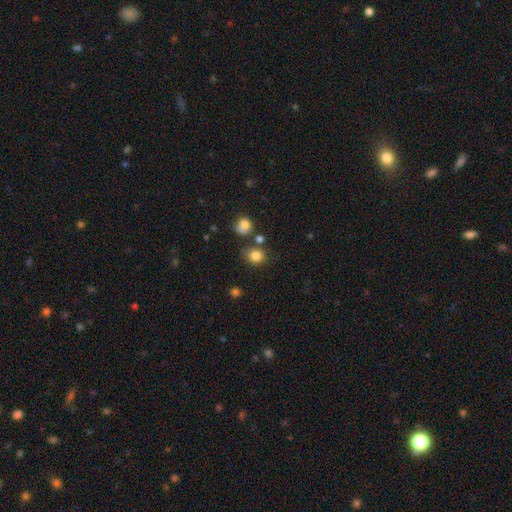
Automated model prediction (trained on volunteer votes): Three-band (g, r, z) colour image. It shows a smooth galaxy with no disk features (81%) that is round (75%). Merging: none (68%).